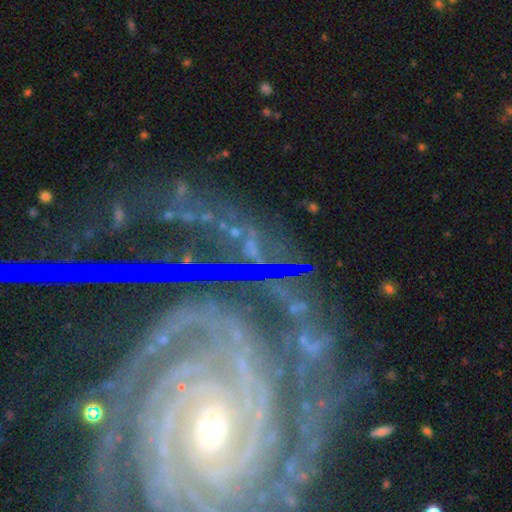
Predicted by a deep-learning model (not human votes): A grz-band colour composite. It shows a star or artifact, not a galaxy (52%).